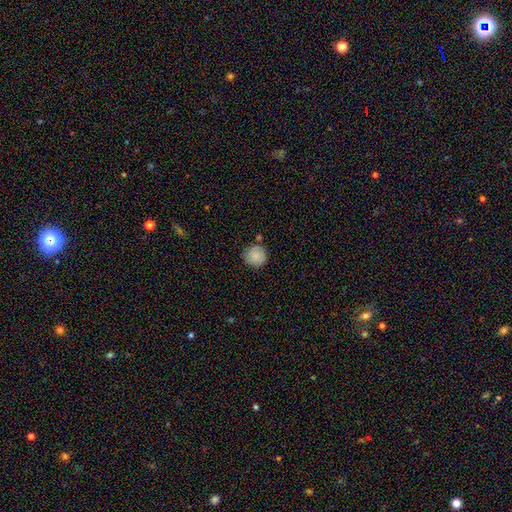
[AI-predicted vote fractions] A smooth galaxy with no disk features (87%) that is round (94%). Merging: none (82%).